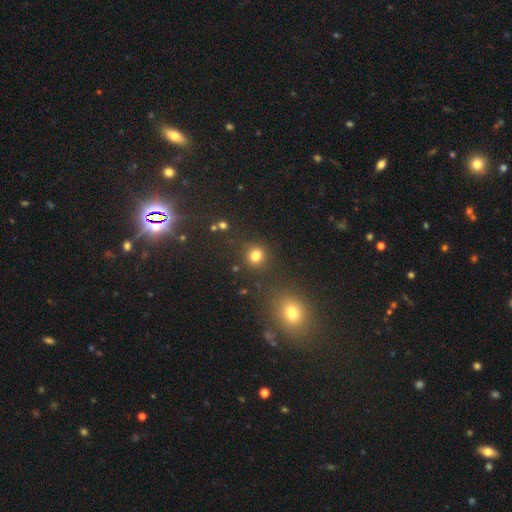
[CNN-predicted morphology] smooth_or_featured: smooth (p=0.80) [alt: star or artifact p=0.15]
how_rounded: round (p=0.90) [alt: in between p=0.09]
merging: none (p=0.85) [alt: minor disturbance p=0.07]